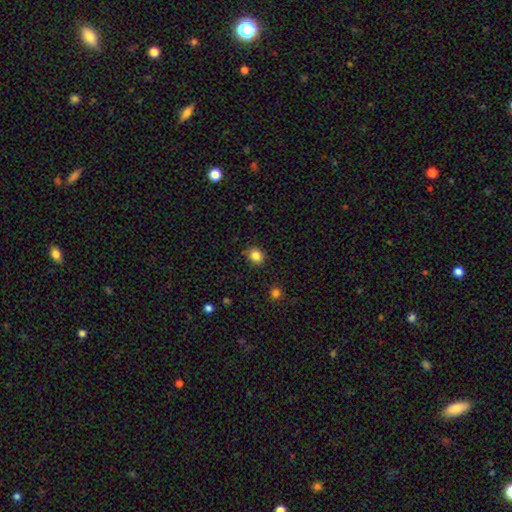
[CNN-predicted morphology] smooth 85%, star or artifact 11%, featured or disk 4%. Down the decision tree: how rounded — round (70%); merging — none (86%).